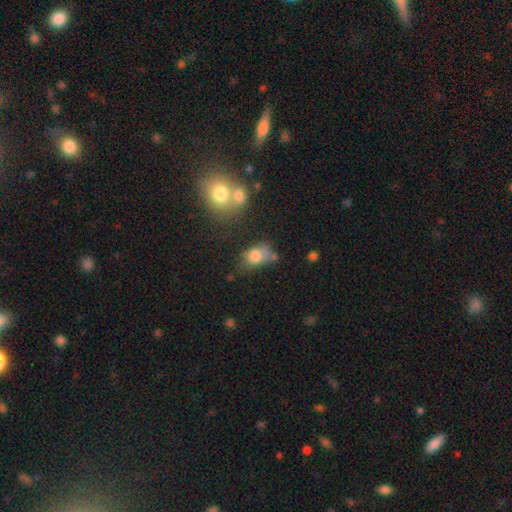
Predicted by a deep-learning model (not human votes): smooth 76%, featured or disk 14%, star or artifact 10%. Down the decision tree: how rounded — in between (74%); merging — none (39%).